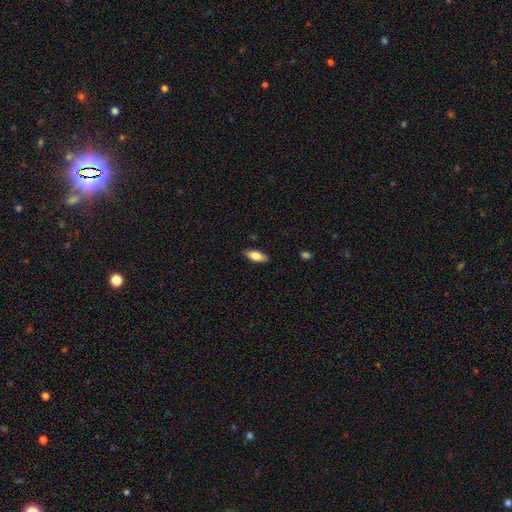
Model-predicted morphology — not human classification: type=smooth (77%); roundness=in between (82%); merging=none (87%).